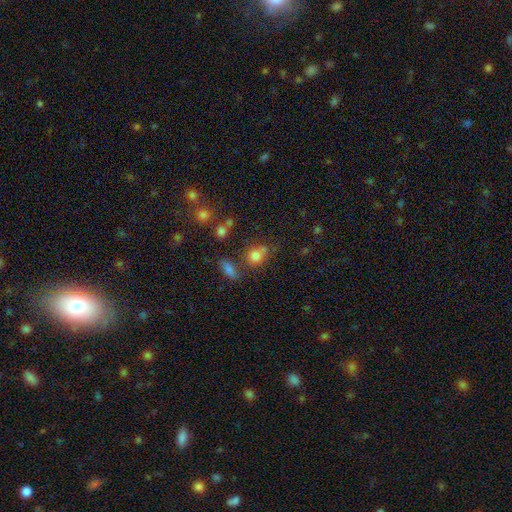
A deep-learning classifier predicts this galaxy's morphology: Overall: smooth (77%). How rounded: round (66%; in between 32%). Merging: none (53%; merger 21%).